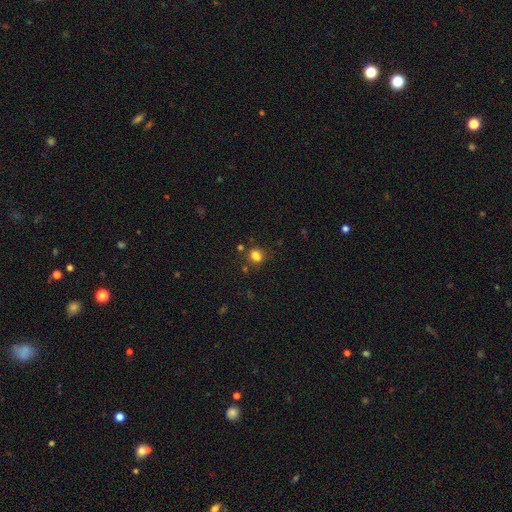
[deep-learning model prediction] The model was most divided on "how rounded": round: 50%, in between: 49%, cigar-shaped: 1%. More confident: smooth or featured — smooth (79%); merging — none (71%).